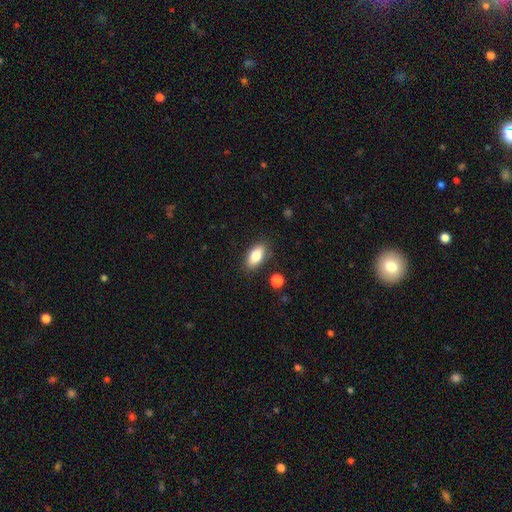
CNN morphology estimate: Overall: smooth (81%). How rounded: in between (87%). Merging: none (85%).